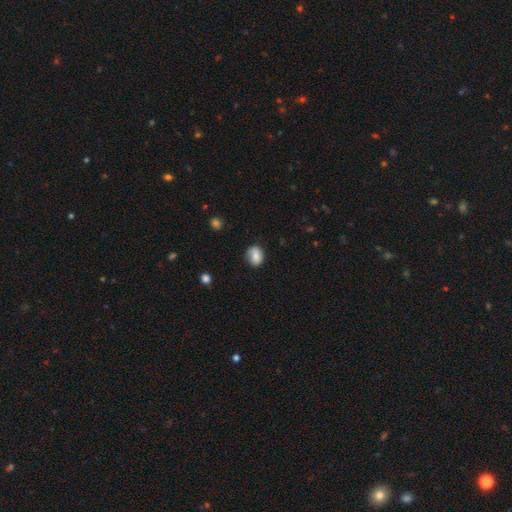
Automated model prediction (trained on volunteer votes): Overall: smooth (75%). How rounded: round (50%; in between 49%). Merging: none (70%).